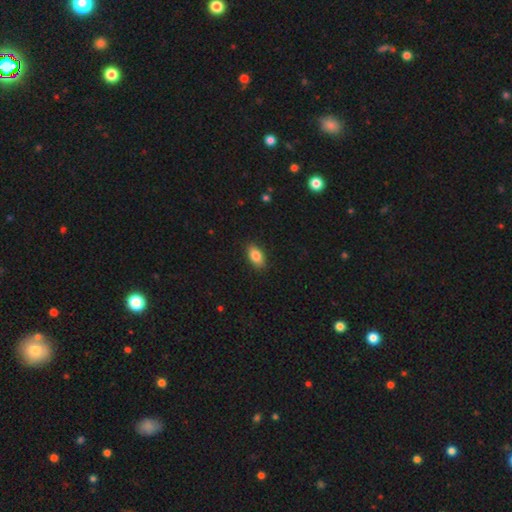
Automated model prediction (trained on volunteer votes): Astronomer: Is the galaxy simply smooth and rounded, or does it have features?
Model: smooth — 85%.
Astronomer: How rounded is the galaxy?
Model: in between — 90%.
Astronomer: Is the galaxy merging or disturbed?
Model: none — 88%.